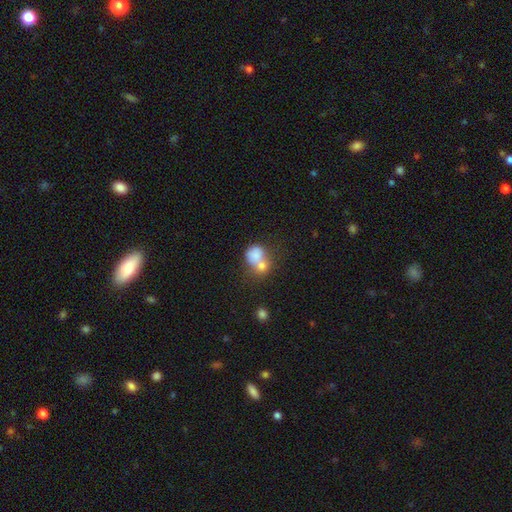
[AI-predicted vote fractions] Q: Smooth or featured?
A: smooth (74%); runner-up: featured or disk (17%)
Q: How rounded?
A: round (65%); runner-up: in between (34%)
Q: Merging?
A: merger (65%); runner-up: none (22%)